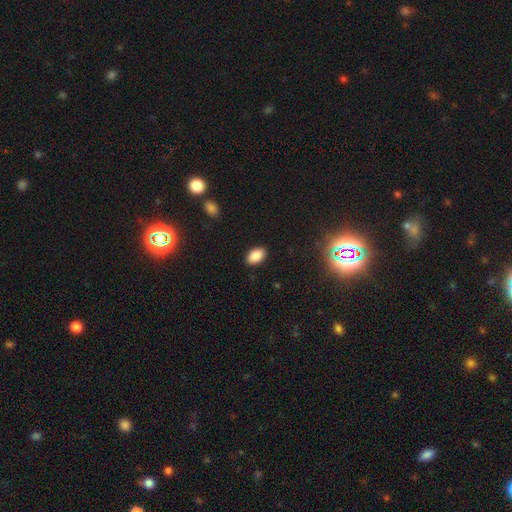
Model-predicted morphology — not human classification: Q: Smooth or featured?
A: smooth (86%); runner-up: star or artifact (9%)
Q: How rounded?
A: in between (91%); runner-up: round (7%)
Q: Merging?
A: none (88%); runner-up: minor disturbance (9%)